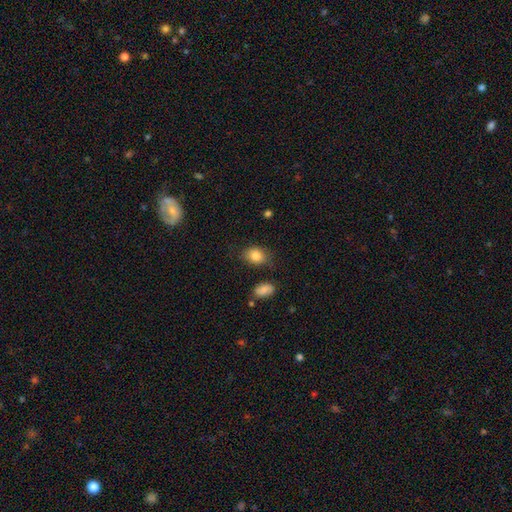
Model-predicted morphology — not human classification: smooth 83%, star or artifact 9%, featured or disk 8%. Down the decision tree: how rounded — in between (68%); merging — none (79%).